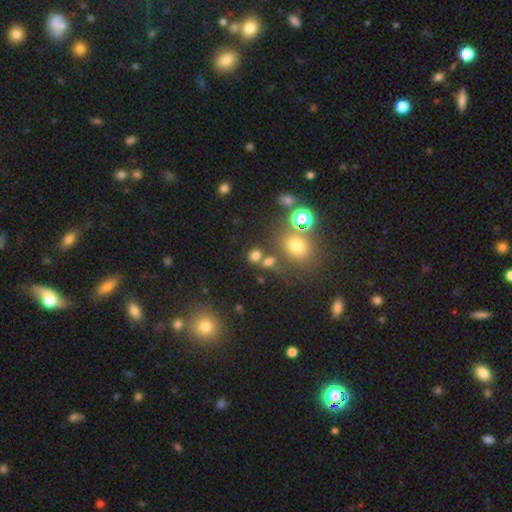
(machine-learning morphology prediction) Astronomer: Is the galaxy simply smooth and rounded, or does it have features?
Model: smooth — 69%.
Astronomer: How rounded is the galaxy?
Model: round — 68%.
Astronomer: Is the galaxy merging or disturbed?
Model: none — 65%.